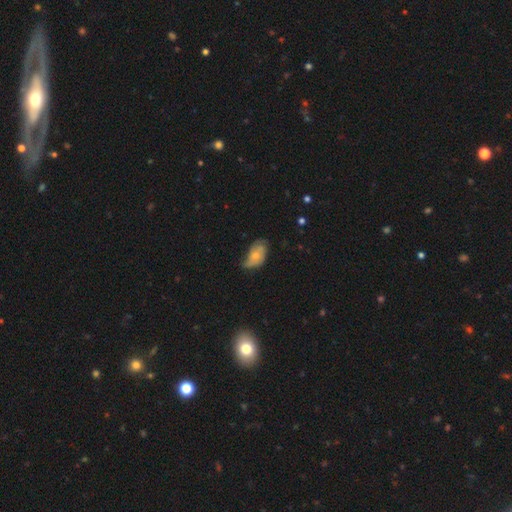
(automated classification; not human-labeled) Smooth or featured: featured or disk — 47% (smooth — 46%)
Merging: none — 41% (minor disturbance — 40%)